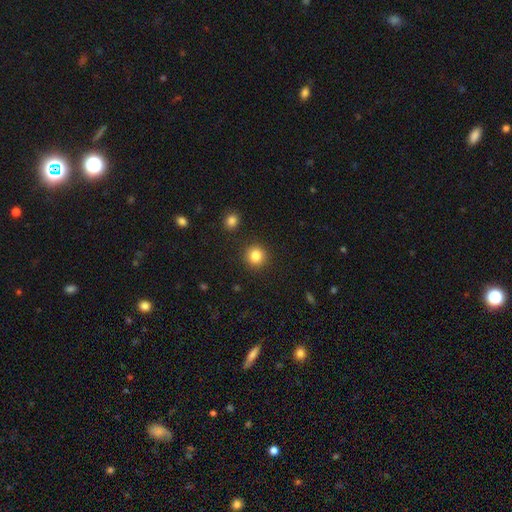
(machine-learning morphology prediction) Smooth or featured: smooth — 84% (star or artifact — 11%)
How rounded: round — 93% (in between — 6%)
Merging: none — 90% (minor disturbance — 6%)